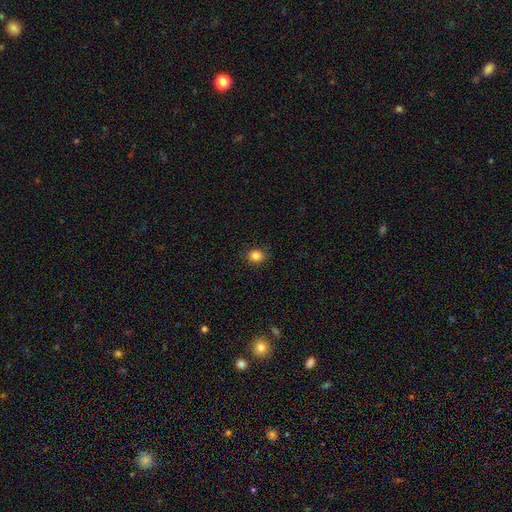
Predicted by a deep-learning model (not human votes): smooth 84%, star or artifact 11%, featured or disk 5%. Down the decision tree: how rounded — round (66%); merging — none (87%).